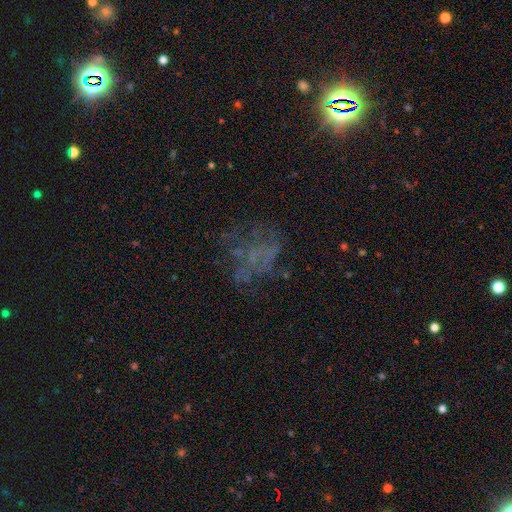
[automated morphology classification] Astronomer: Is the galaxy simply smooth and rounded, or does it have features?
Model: featured or disk — 42% (runner-up: star or artifact, 38%).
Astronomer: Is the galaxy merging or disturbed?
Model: none — 53% (runner-up: major disturbance, 28%).